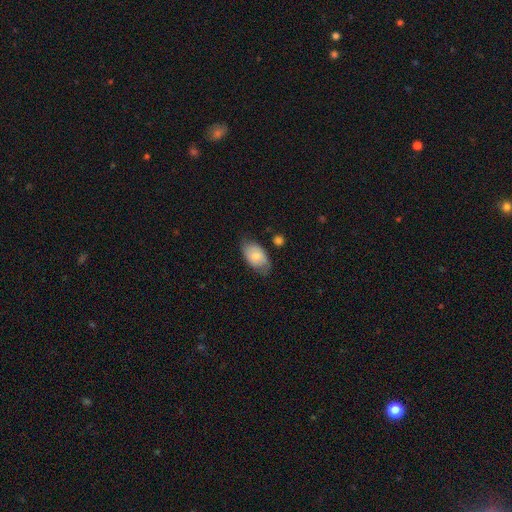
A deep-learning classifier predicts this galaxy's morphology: This appears to be a smooth galaxy with no disk features (75%) that is in between round and cigar-shaped (92%). Merging: none (66%).